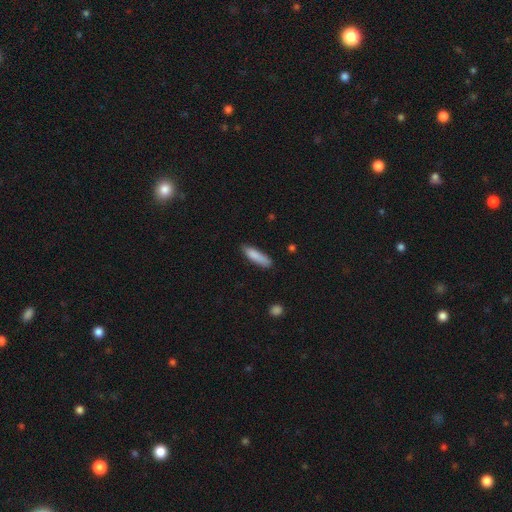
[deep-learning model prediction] smooth_or_featured: smooth (p=0.85) [alt: featured or disk p=0.08]
how_rounded: cigar-shaped (p=0.68) [alt: in between p=0.31]
merging: none (p=0.76) [alt: minor disturbance p=0.19]